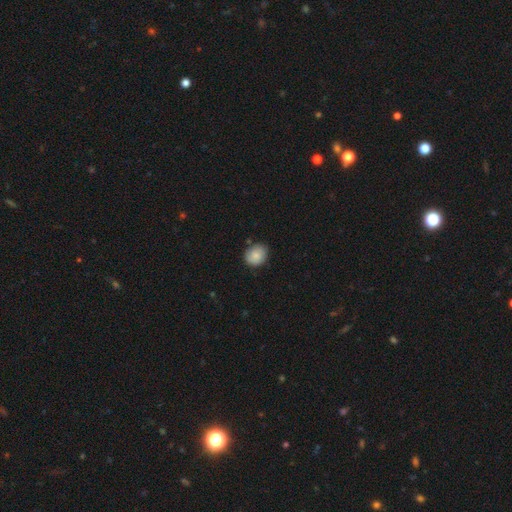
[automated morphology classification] smooth-or-featured: smooth: 84% | featured or disk: 8% | star or artifact: 8%
  how-rounded: round: 64% | in between: 35% | cigar-shaped: 1%
  merging: none: 79% | minor disturbance: 16% | major disturbance: 3% | merger: 2%